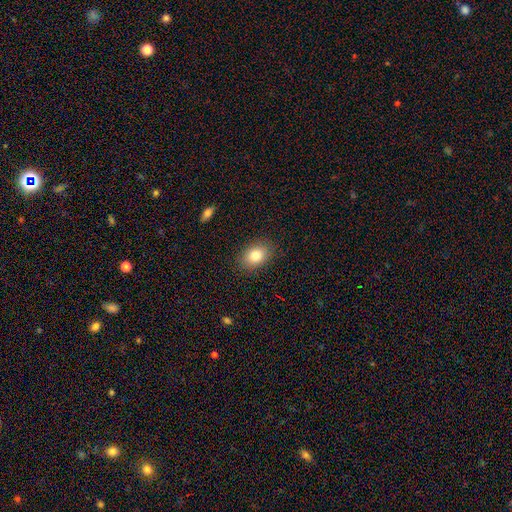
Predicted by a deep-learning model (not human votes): Overall: smooth (81%). How rounded: in between (78%). Merging: none (87%).